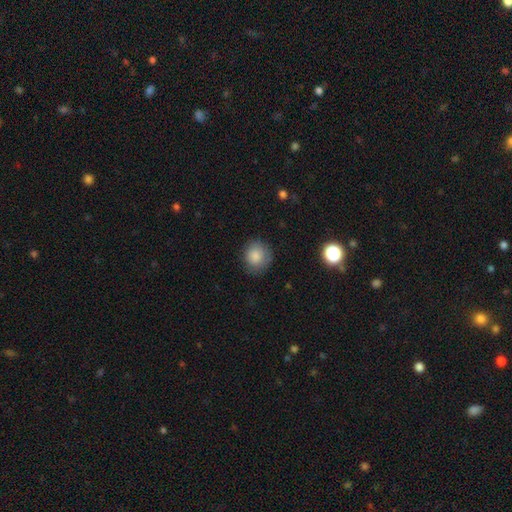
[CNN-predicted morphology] The model was most divided on "merging": none: 78%, minor disturbance: 16%, major disturbance: 4%, merger: 1%. More confident: how rounded — round (84%); smooth or featured — smooth (84%).